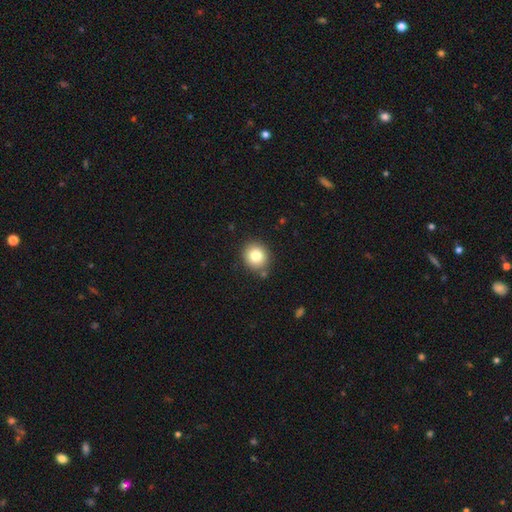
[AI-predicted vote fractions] Smooth or featured? smooth (80%)
How rounded? round (85%)
Merging? none (84%)